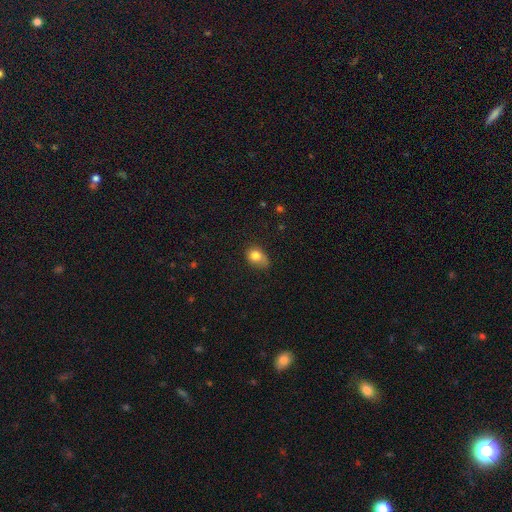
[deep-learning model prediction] smooth_or_featured: smooth (p=0.80) [alt: featured or disk p=0.10]
how_rounded: in between (p=0.62) [alt: round p=0.36]
merging: none (p=0.45) [alt: minor disturbance p=0.39]